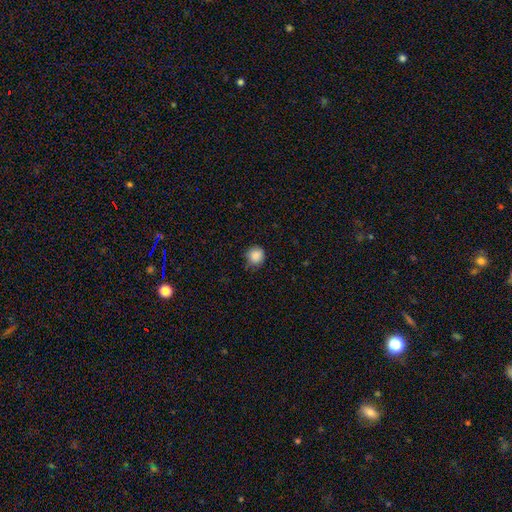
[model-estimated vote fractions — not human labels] Smooth or featured? smooth (88%)
How rounded? round (92%)
Merging? none (82%)